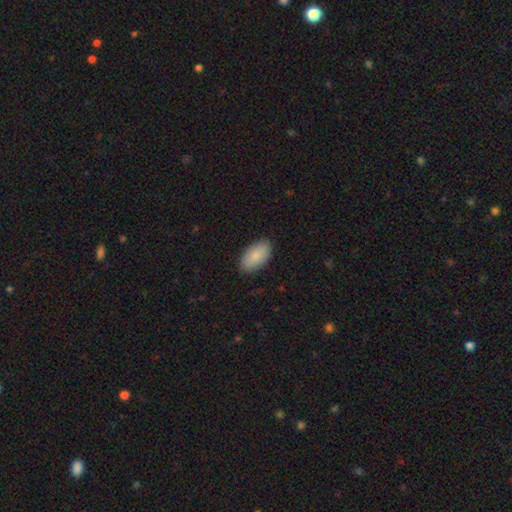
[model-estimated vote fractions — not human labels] Overall: smooth (85%). How rounded: in between (95%). Merging: none (87%).